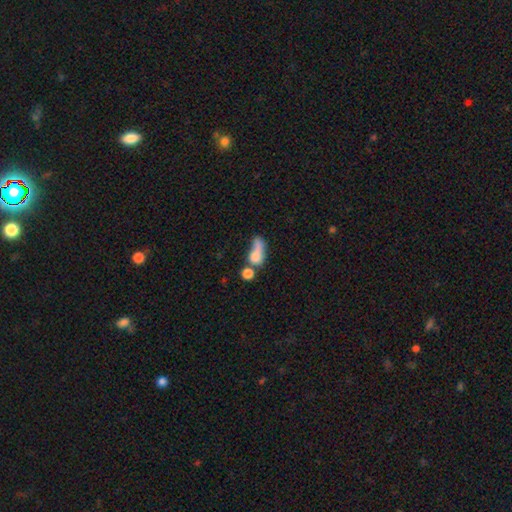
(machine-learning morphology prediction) smooth 67%, featured or disk 21%, star or artifact 11%. Down the decision tree: how rounded — in between (55%); merging — merger (45%).